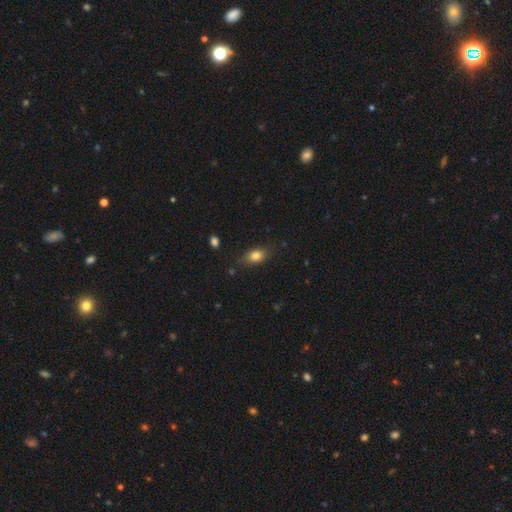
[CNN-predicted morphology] A smooth galaxy with no disk features (81%) that is in between round and cigar-shaped (80%).

Vote fractions:
- Smooth or featured? smooth: 81% / featured or disk: 10% / star or artifact: 9%
- How rounded? in between: 80% / round: 16% / cigar-shaped: 5%
- Merging? none: 78% / minor disturbance: 16% / major disturbance: 4% / merger: 2%